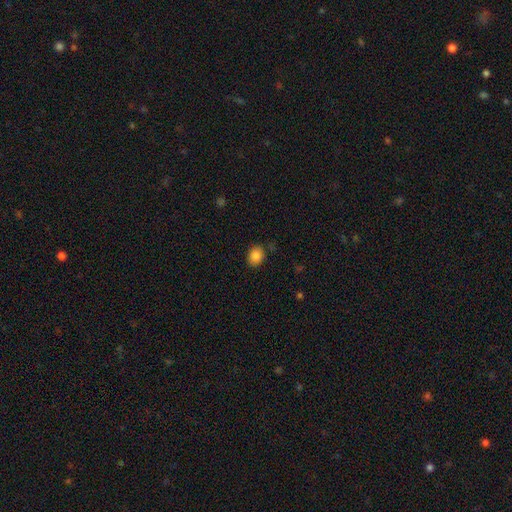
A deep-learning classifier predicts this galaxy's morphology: Overall: smooth (85%). How rounded: in between (50%, tied with round). Merging: none (84%).